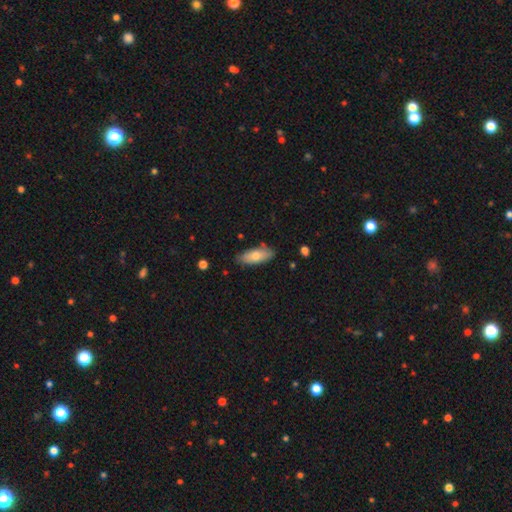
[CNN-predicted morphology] Smooth or featured?
  - smooth: 72% *
  - featured or disk: 22%
  - star or artifact: 6%
How rounded?
  - in between: 78% *
  - cigar-shaped: 20%
  - round: 2%
Merging?
  - none: 81% *
  - minor disturbance: 15%
  - major disturbance: 2%
  - merger: 2%